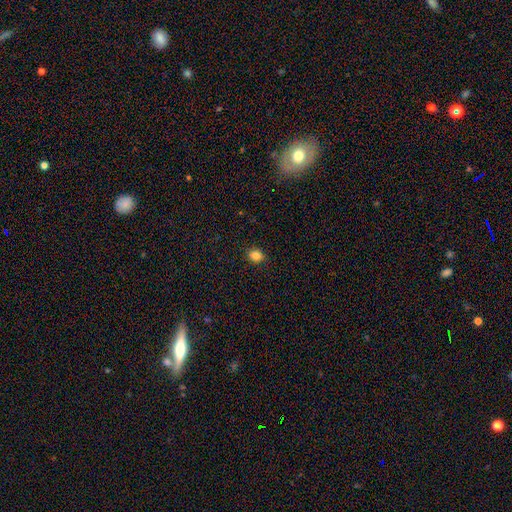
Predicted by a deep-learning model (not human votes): Q: Smooth or featured?
A: smooth (85%); runner-up: star or artifact (11%)
Q: How rounded?
A: round (57%); runner-up: in between (42%)
Q: Merging?
A: none (90%); runner-up: minor disturbance (7%)